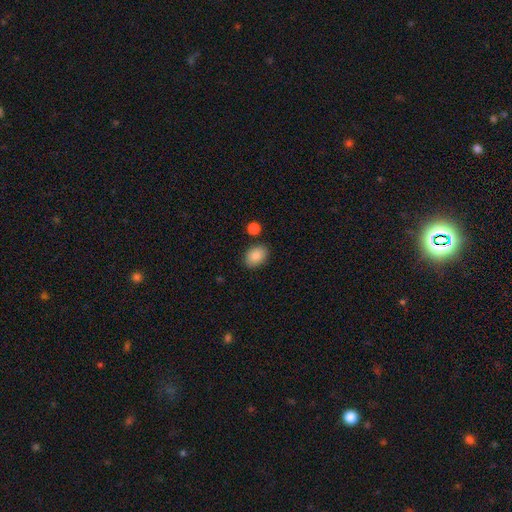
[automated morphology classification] Overall: smooth (87%). How rounded: in between (77%). Merging: none (83%).